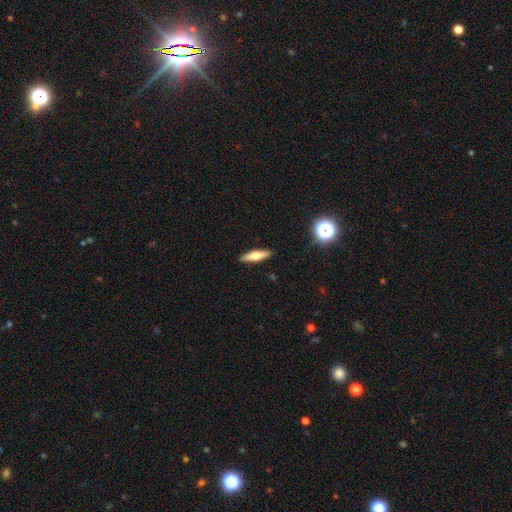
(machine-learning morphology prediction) This appears to be a smooth galaxy with no disk features (53%) that is cigar-shaped (75%). Merging: none (90%).